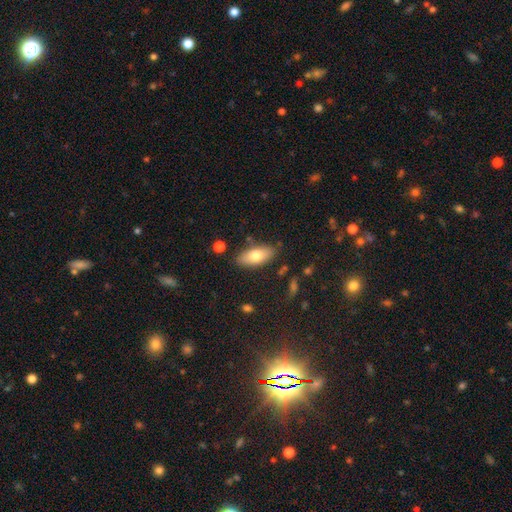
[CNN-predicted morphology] smooth 74%, featured or disk 20%, star or artifact 6%. Down the decision tree: how rounded — in between (86%); merging — none (84%).